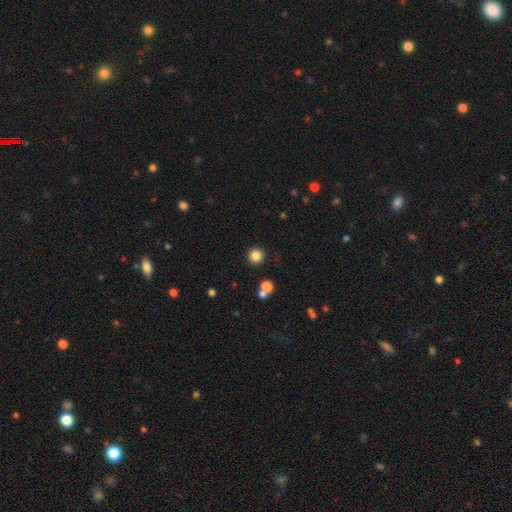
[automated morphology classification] Q: Smooth or featured?
A: smooth (84%); runner-up: star or artifact (12%)
Q: How rounded?
A: round (95%); runner-up: in between (4%)
Q: Merging?
A: none (89%); runner-up: minor disturbance (5%)